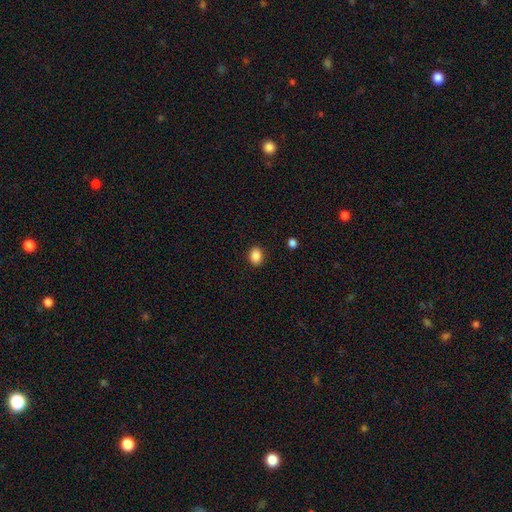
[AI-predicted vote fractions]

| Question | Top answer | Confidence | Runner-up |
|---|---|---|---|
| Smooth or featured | smooth | 88% | star or artifact (9%) |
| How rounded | in between | 64% | round (35%) |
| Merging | none | 90% | minor disturbance (7%) |